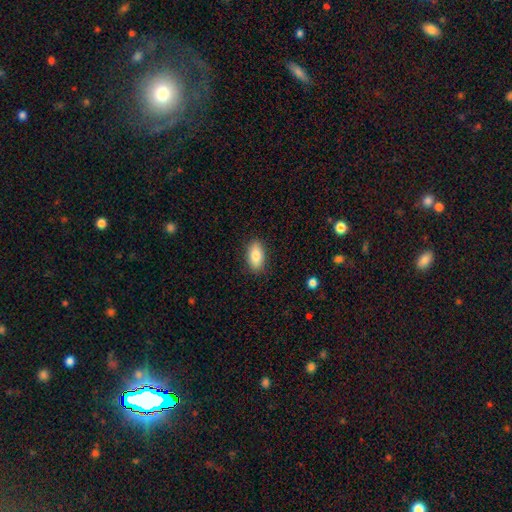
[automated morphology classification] smooth-or-featured: smooth: 83% | featured or disk: 10% | star or artifact: 7%
  how-rounded: in between: 91% | round: 5% | cigar-shaped: 4%
  merging: none: 87% | minor disturbance: 10% | major disturbance: 2% | merger: 1%